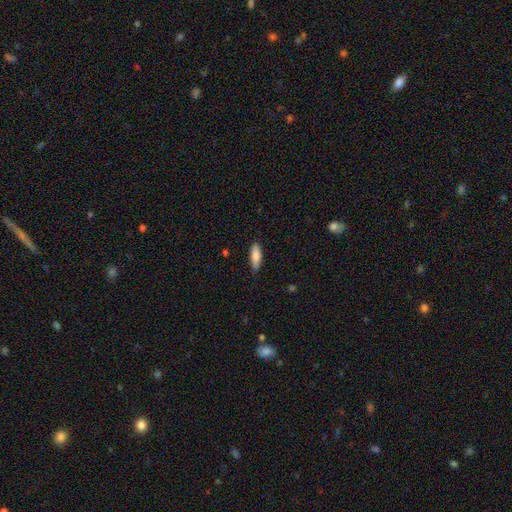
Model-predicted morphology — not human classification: Smooth or featured? smooth (81%)
How rounded? in between (59%)
Merging? none (86%)